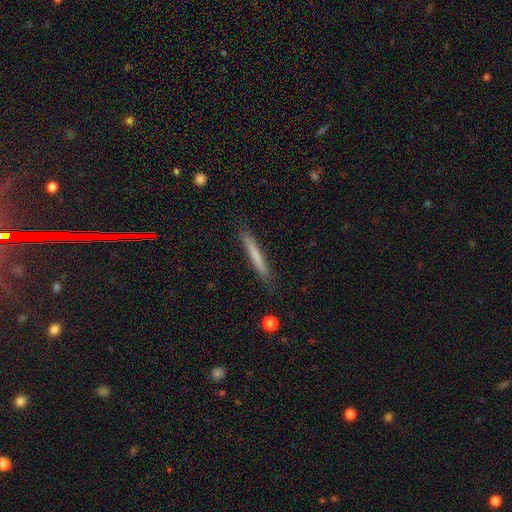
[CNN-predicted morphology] smooth_or_featured: smooth (p=0.68) [alt: featured or disk p=0.26]
how_rounded: cigar-shaped (p=0.96) [alt: in between p=0.03]
merging: none (p=0.88) [alt: minor disturbance p=0.09]